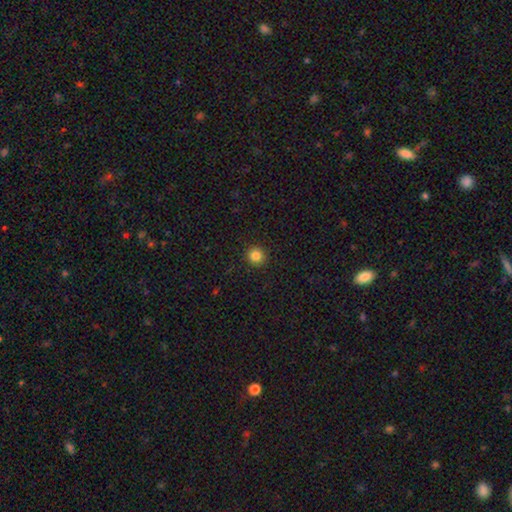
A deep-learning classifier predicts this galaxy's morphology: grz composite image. It shows a smooth galaxy with no disk features (84%) that is round (94%). Merging: none (92%).